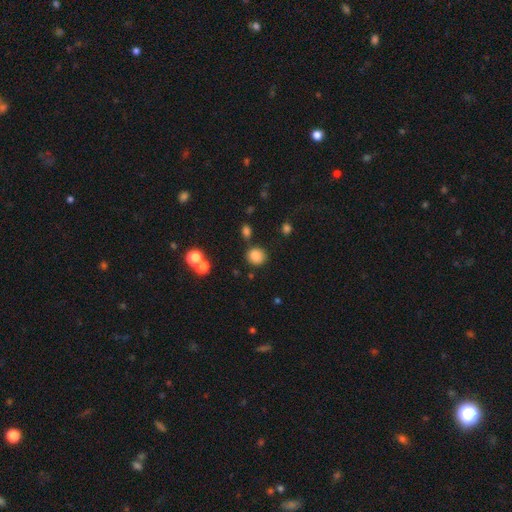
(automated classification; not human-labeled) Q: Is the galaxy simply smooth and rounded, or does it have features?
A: smooth — 83%.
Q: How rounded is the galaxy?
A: round — 82%.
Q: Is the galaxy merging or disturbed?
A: none — 82%.